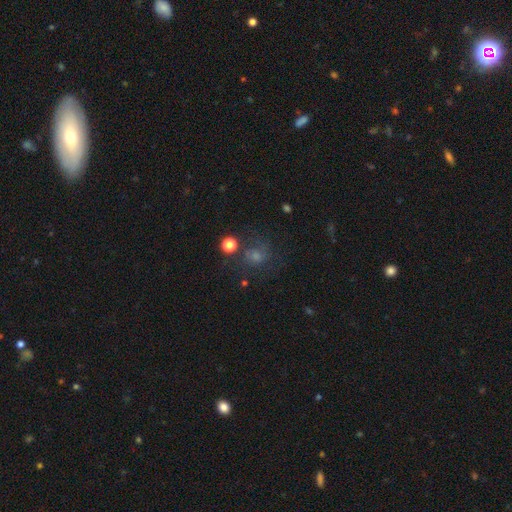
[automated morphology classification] Overall: smooth (45%; star or artifact 33%). Merging: none (64%).